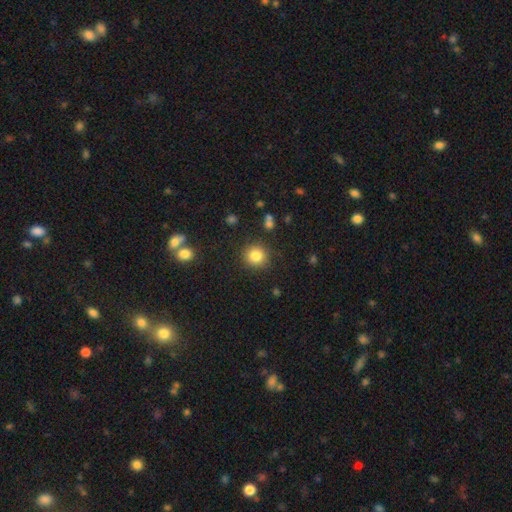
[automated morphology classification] Overall: smooth (83%). How rounded: round (92%). Merging: none (88%).